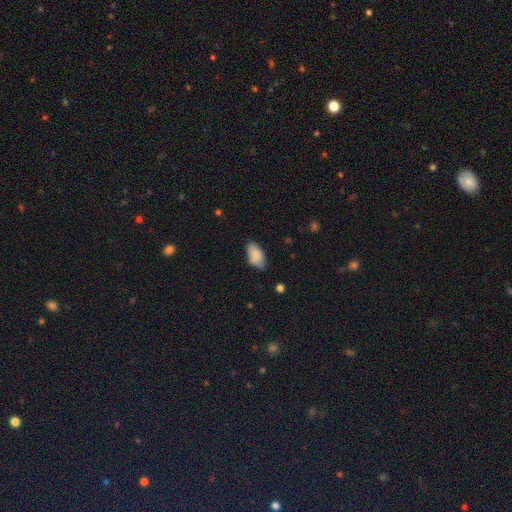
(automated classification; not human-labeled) The model was most divided on "merging": none: 68%, minor disturbance: 26%, major disturbance: 5%, merger: 2%. More confident: how rounded — in between (93%); smooth or featured — smooth (85%).